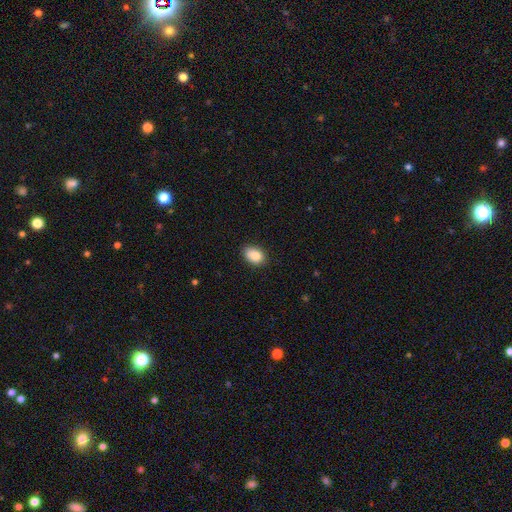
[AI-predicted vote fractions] Overall: smooth (85%). How rounded: in between (80%). Merging: none (82%).